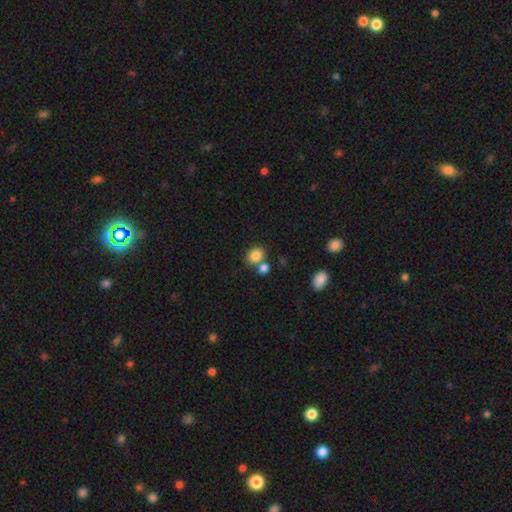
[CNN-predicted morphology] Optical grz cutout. It shows a smooth galaxy with no disk features (83%) that is round (56%). Merging: none (58%).